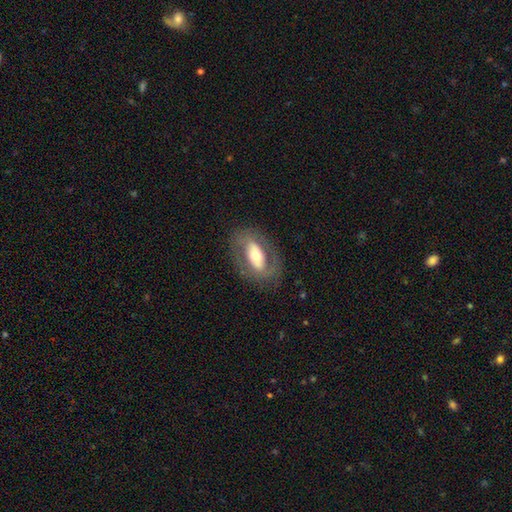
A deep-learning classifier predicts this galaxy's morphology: Q: Smooth or featured?
A: featured or disk (61%); runner-up: smooth (33%)
Q: Edge-on disk?
A: no (87%); runner-up: yes (13%)
Q: Bar?
A: strong (39%); runner-up: no (37%)
Q: Spiral arms?
A: no (55%); runner-up: yes (45%)
Q: Bulge size?
A: moderate (60%); runner-up: small (19%)
Q: Merging?
A: none (77%); runner-up: minor disturbance (13%)